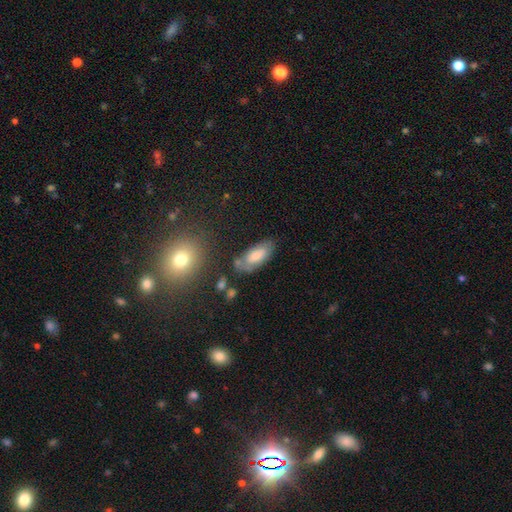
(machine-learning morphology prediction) A smooth galaxy with no disk features (62%) that is in between round and cigar-shaped (87%).

Vote fractions:
- Smooth or featured? smooth: 62% / featured or disk: 28% / star or artifact: 9%
- How rounded? in between: 87% / cigar-shaped: 10% / round: 3%
- Merging? none: 66% / minor disturbance: 21% / major disturbance: 7% / merger: 6%